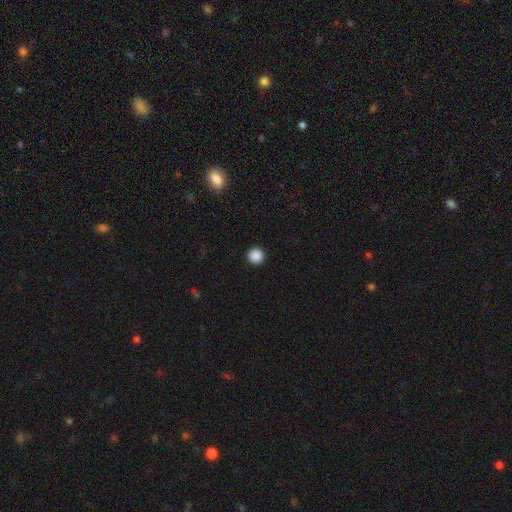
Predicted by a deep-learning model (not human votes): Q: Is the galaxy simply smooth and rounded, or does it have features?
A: smooth — 89%.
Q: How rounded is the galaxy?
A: round — 97%.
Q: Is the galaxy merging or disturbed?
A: none — 94%.